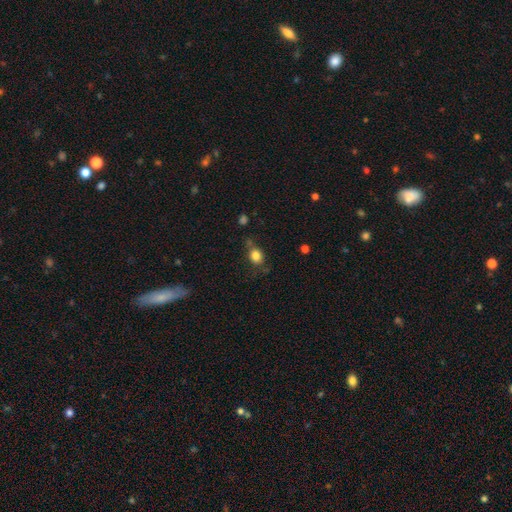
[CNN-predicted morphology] Overall: smooth (82%). How rounded: round (62%; in between 37%). Merging: none (69%).